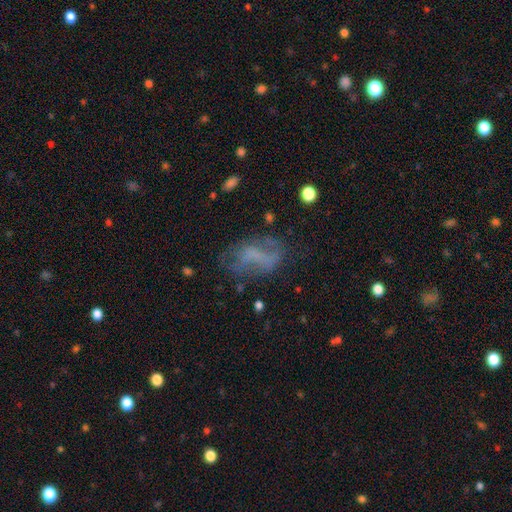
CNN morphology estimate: Smooth or featured?
  - featured or disk: 44% *
  - smooth: 40%
  - star or artifact: 16%
Merging?
  - none: 48% *
  - minor disturbance: 24%
  - major disturbance: 23%
  - merger: 5%